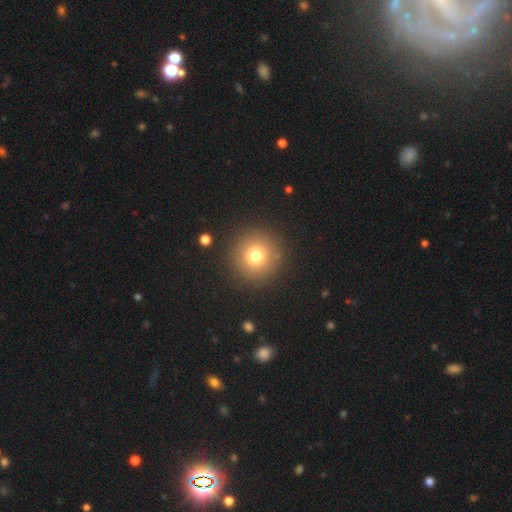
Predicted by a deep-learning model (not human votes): A smooth galaxy with no disk features (76%) that is round (95%).

Vote fractions:
- Smooth or featured? smooth: 76% / star or artifact: 14% / featured or disk: 10%
- How rounded? round: 95% / in between: 4% / cigar-shaped: 1%
- Merging? none: 89% / minor disturbance: 6% / major disturbance: 3% / merger: 2%